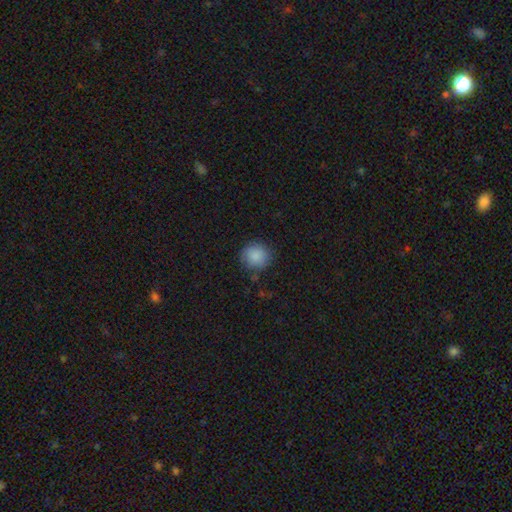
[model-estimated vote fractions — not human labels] Smooth or featured? smooth (88%)
How rounded? round (90%)
Merging? none (82%)